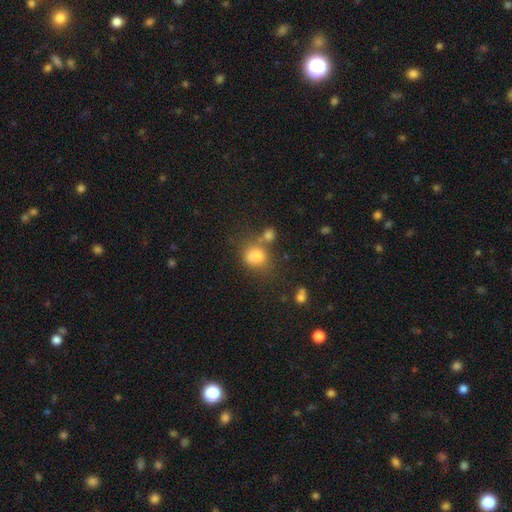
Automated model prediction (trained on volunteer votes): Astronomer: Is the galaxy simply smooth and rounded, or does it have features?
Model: smooth — 78%.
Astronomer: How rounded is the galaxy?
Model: round — 52% (runner-up: in between, 47%).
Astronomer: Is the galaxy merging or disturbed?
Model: none — 43% (runner-up: merger, 27%).